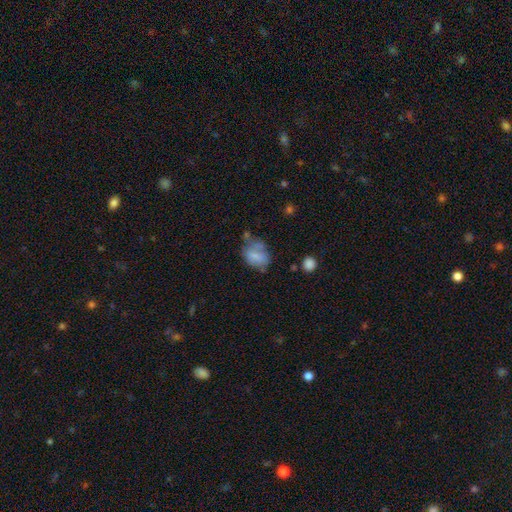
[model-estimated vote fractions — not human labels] Q: Smooth or featured?
A: smooth (65%); runner-up: featured or disk (26%)
Q: How rounded?
A: in between (71%); runner-up: round (27%)
Q: Merging?
A: none (40%); runner-up: minor disturbance (31%)